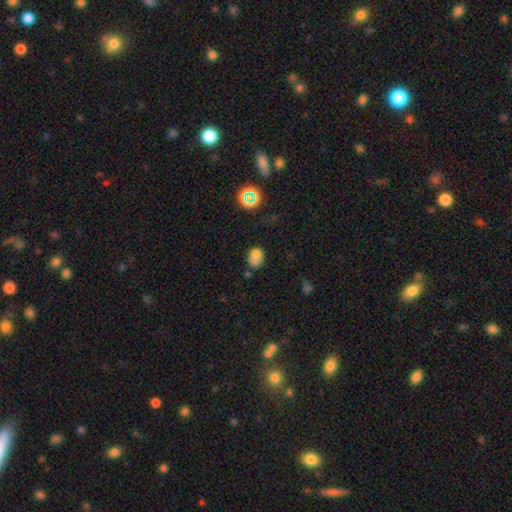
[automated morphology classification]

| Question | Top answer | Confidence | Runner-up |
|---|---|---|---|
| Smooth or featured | smooth | 75% | star or artifact (15%) |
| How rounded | in between | 64% | round (35%) |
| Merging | none | 51% | minor disturbance (26%) |